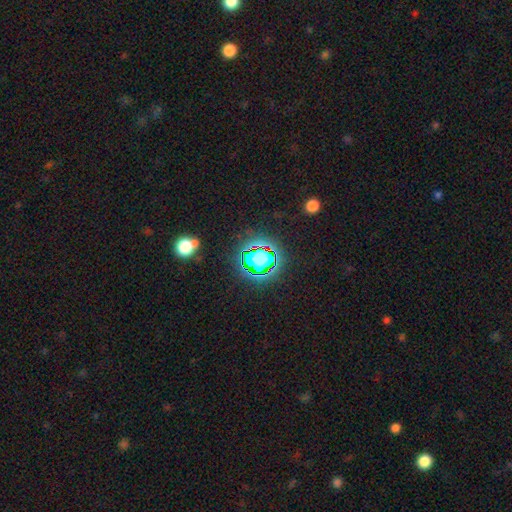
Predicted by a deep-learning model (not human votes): A star or artifact, not a galaxy (62%).